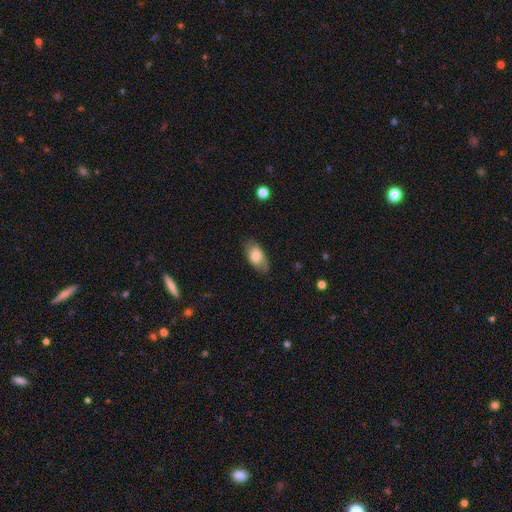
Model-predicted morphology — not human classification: The model was most divided on "merging": none: 75%, minor disturbance: 19%, major disturbance: 4%, merger: 1%. More confident: how rounded — in between (91%); smooth or featured — smooth (76%).